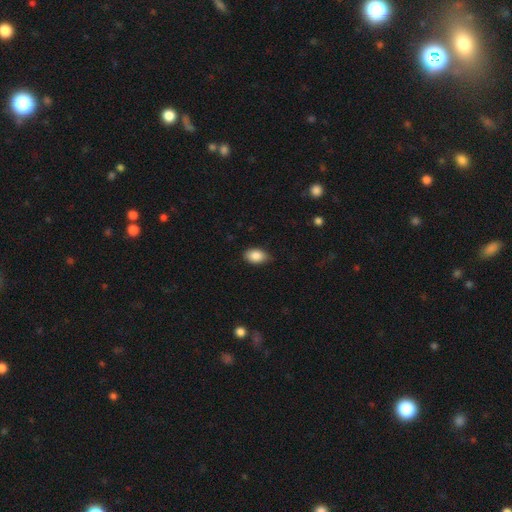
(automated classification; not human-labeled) smooth_or_featured: smooth (p=0.87) [alt: star or artifact p=0.07]
how_rounded: in between (p=0.87) [alt: round p=0.11]
merging: none (p=0.77) [alt: minor disturbance p=0.19]